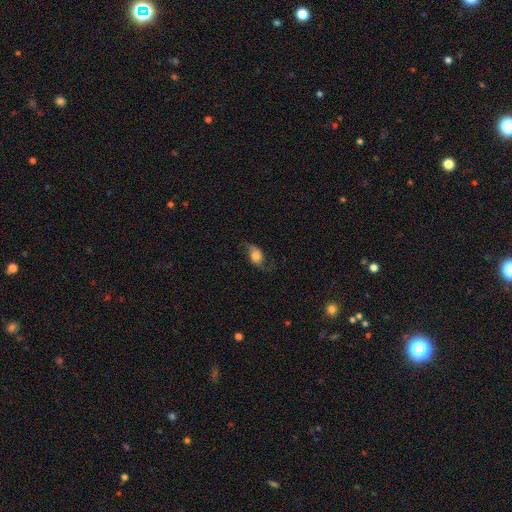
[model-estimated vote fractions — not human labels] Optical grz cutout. It shows a smooth galaxy with no disk features (49%). Merging: none (61%).